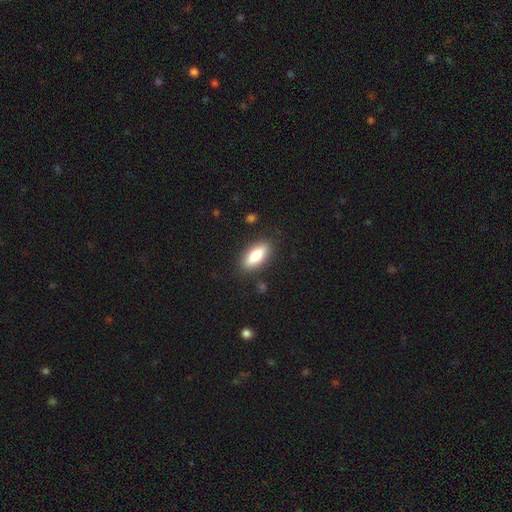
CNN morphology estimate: type=smooth (79%); roundness=in between (73%); merging=none (87%).